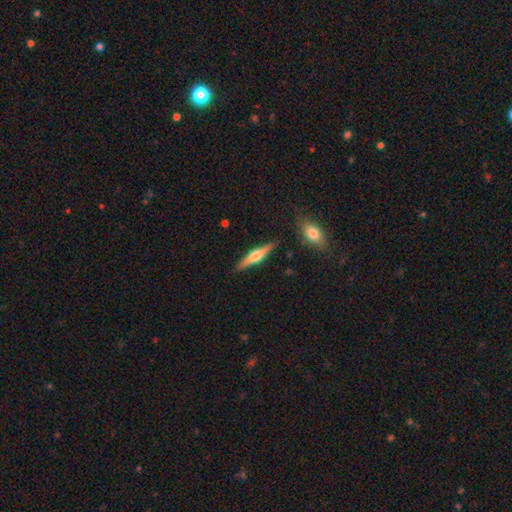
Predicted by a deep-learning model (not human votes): Morphology: type=featured or disk (61%); edge-on=yes (96%); edge-on bulge=rounded (89%); merging=none (88%).